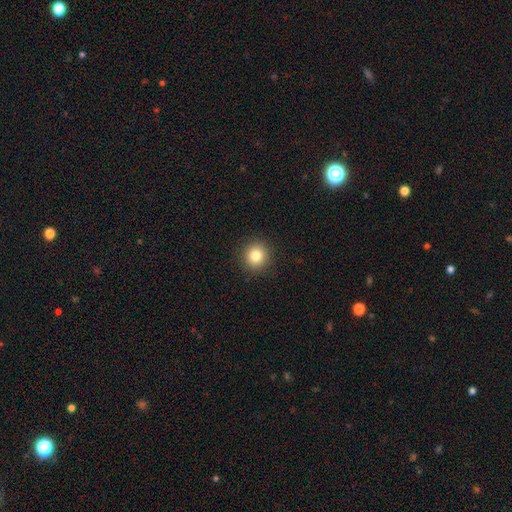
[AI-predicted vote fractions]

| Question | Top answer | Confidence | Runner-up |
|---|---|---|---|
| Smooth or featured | smooth | 82% | star or artifact (11%) |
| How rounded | round | 92% | in between (7%) |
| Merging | none | 92% | minor disturbance (5%) |